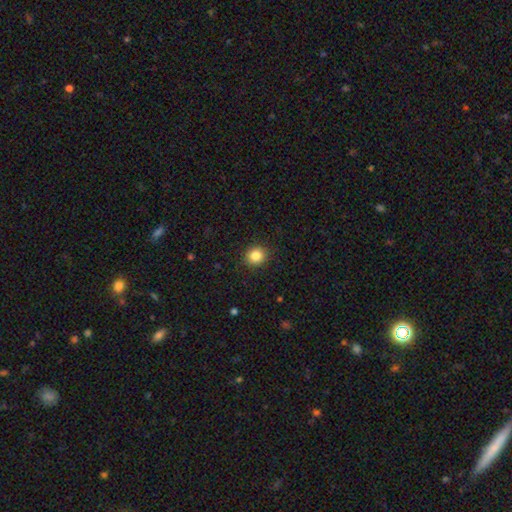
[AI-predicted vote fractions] A smooth galaxy with no disk features (84%) that is round (84%).

Vote fractions:
- Smooth or featured? smooth: 84% / star or artifact: 11% / featured or disk: 5%
- How rounded? round: 84% / in between: 15% / cigar-shaped: 1%
- Merging? none: 91% / minor disturbance: 6% / major disturbance: 2% / merger: 1%